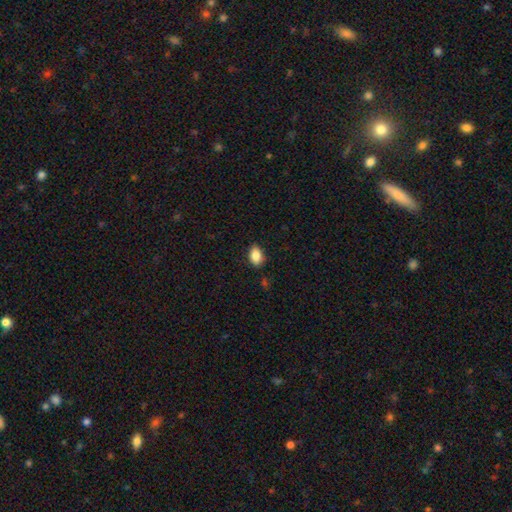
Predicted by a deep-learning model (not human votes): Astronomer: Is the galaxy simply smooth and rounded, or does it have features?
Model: smooth — 87%.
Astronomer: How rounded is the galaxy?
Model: in between — 86%.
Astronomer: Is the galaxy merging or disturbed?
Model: none — 85%.